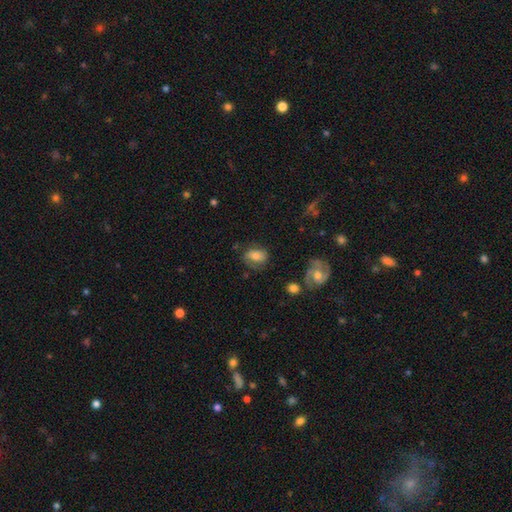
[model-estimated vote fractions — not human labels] A smooth galaxy with no disk features (48%).

Vote fractions:
- Smooth or featured? smooth: 48% / featured or disk: 43% / star or artifact: 9%
- Merging? none: 60% / minor disturbance: 24% / major disturbance: 13% / merger: 3%